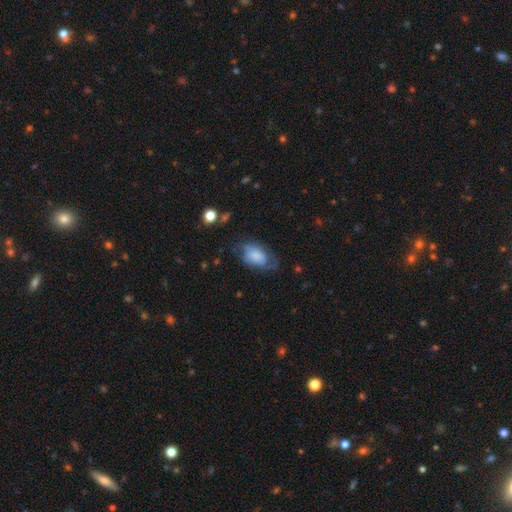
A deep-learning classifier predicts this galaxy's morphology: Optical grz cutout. It shows a smooth galaxy with no disk features (56%) that is in between round and cigar-shaped (88%). Merging: none (47%).